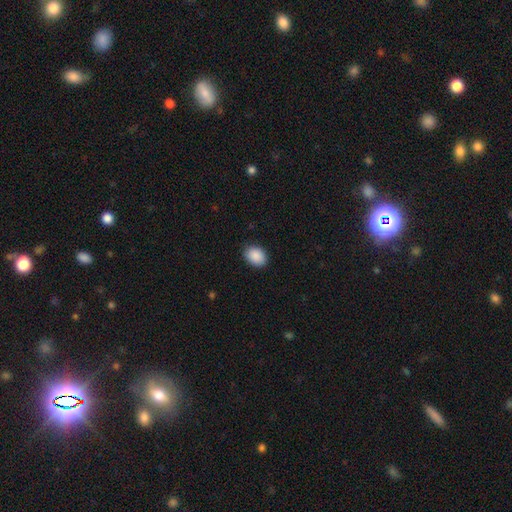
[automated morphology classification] Smooth or featured?
  - smooth: 90% *
  - star or artifact: 7%
  - featured or disk: 3%
How rounded?
  - in between: 72% *
  - round: 27%
  - cigar-shaped: 1%
Merging?
  - none: 87% *
  - minor disturbance: 10%
  - major disturbance: 2%
  - merger: 1%